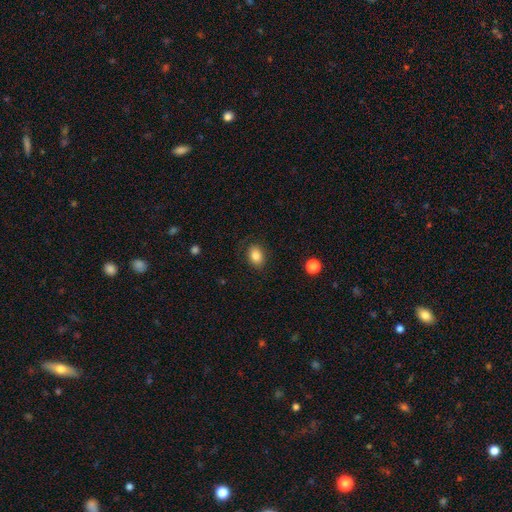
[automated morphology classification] smooth 84%, star or artifact 9%, featured or disk 7%. Down the decision tree: how rounded — in between (70%); merging — none (84%).